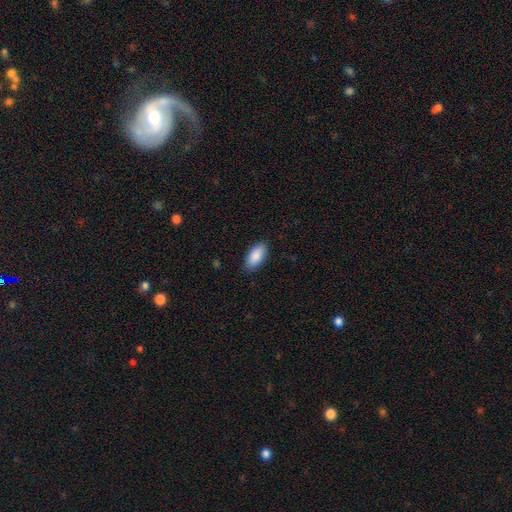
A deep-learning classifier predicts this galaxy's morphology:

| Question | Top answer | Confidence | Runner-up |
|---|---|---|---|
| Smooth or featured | smooth | 89% | star or artifact (6%) |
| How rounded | in between | 93% | cigar-shaped (5%) |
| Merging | none | 86% | minor disturbance (11%) |